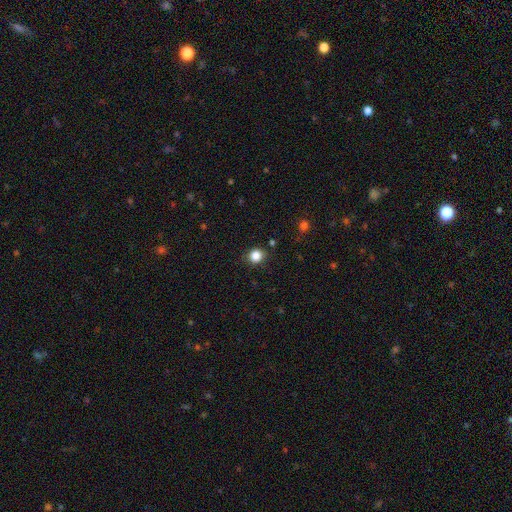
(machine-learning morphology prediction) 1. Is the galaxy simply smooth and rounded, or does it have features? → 84% smooth, 12% star or artifact, 4% featured or disk.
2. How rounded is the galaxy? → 79% round, 20% in between, 1% cigar-shaped.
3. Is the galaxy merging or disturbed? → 85% none, 11% minor disturbance, 3% major disturbance, 2% merger.